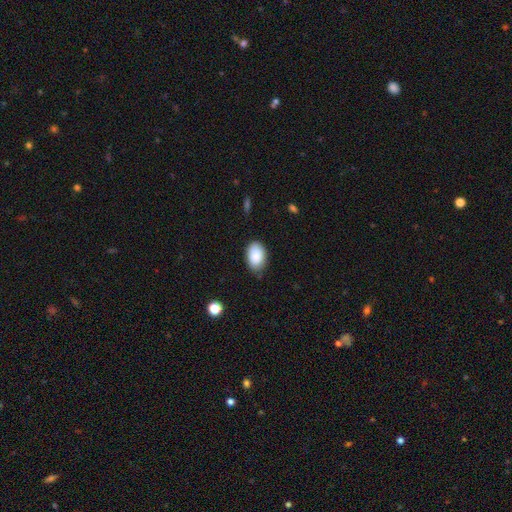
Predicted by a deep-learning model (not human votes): Overall: smooth (88%). How rounded: in between (91%). Merging: none (73%).